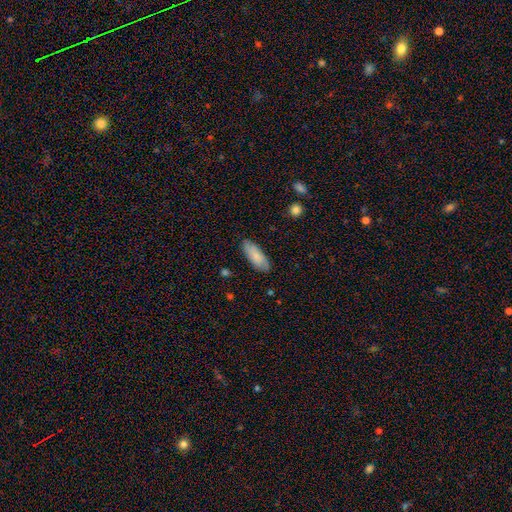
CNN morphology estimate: Smooth or featured: smooth — 80% (featured or disk — 14%)
How rounded: in between — 73% (cigar-shaped — 25%)
Merging: none — 84% (minor disturbance — 13%)